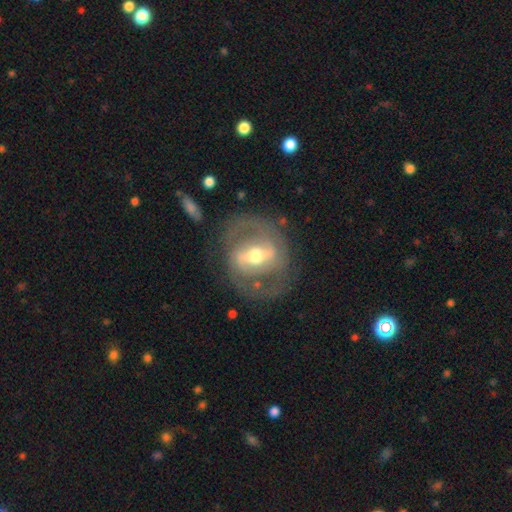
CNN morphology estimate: type=featured or disk (81%); edge-on=no (94%); bar=strong (54%); spiral arms=yes (71%); winding=medium (46%); arm count=2 (80%); bulge=moderate (71%); merging=none (72%).